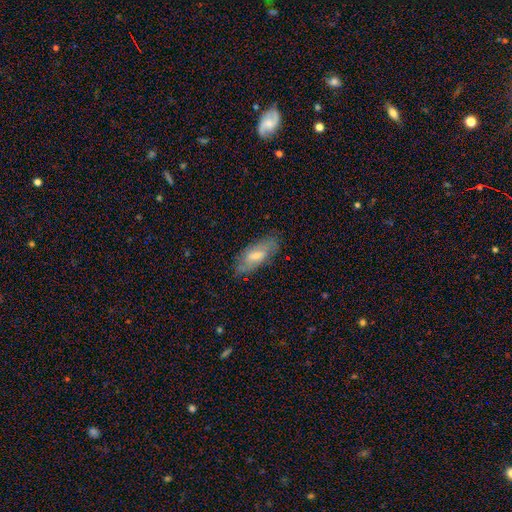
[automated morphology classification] Smooth or featured: smooth — 50% (featured or disk — 42%)
How rounded: in between — 67% (cigar-shaped — 30%)
Merging: none — 78% (minor disturbance — 16%)